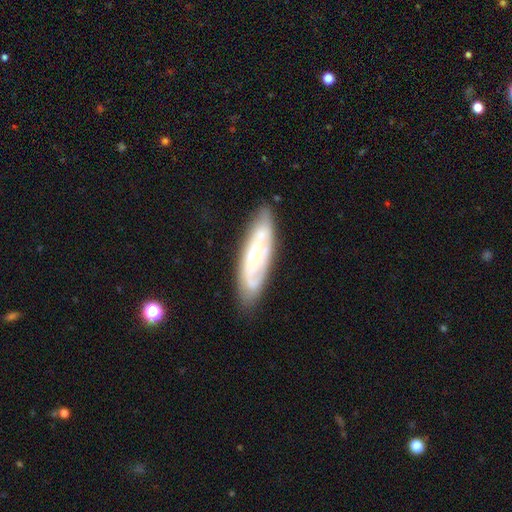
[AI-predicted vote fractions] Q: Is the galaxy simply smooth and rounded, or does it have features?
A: featured or disk — 54%.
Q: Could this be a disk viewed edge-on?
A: no — 73%.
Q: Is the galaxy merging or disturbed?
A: none — 72%.